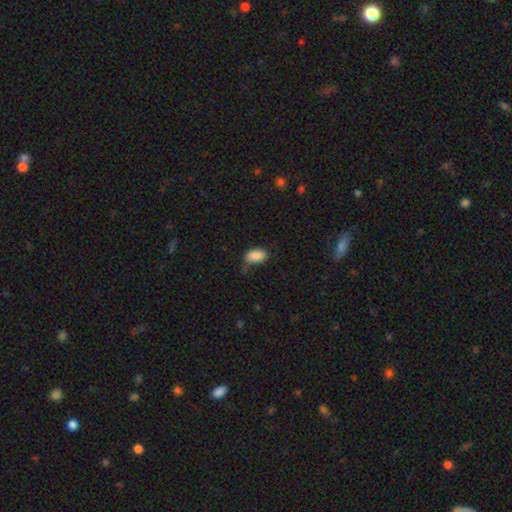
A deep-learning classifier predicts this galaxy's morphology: This is clearly a smooth galaxy (88%). How rounded: clearly in between (93%). Merging: possibly none (58%).